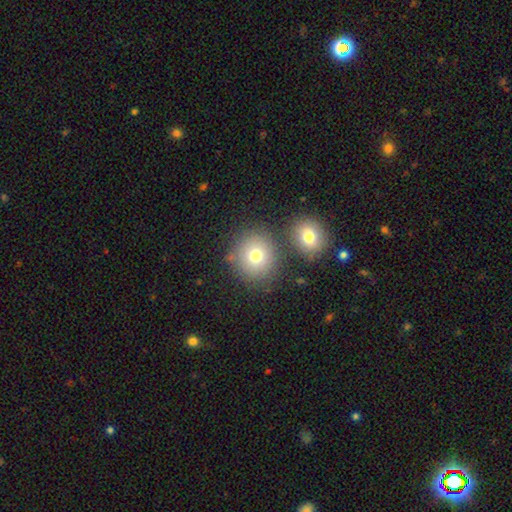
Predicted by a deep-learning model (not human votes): Smooth or featured? smooth (76%)
How rounded? round (87%)
Merging? none (71%)